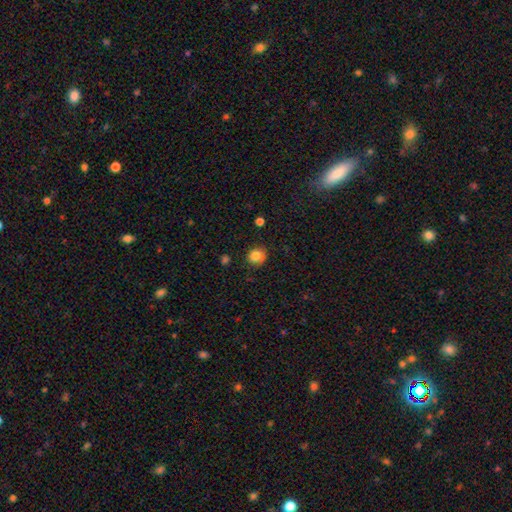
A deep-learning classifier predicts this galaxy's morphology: Smooth or featured? smooth (82%)
How rounded? round (79%)
Merging? none (75%)